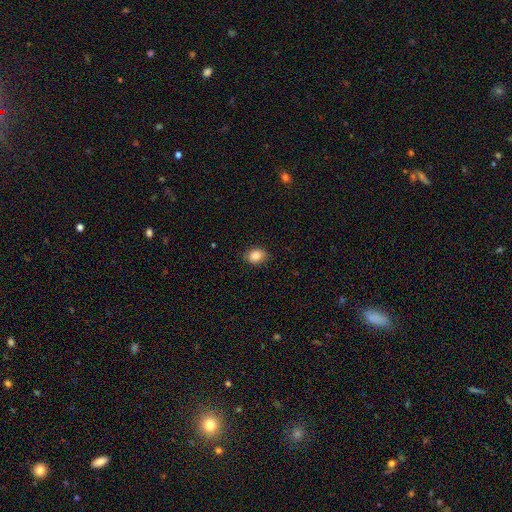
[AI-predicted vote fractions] Morphology: type=smooth (87%); roundness=in between (61%); merging=none (84%).